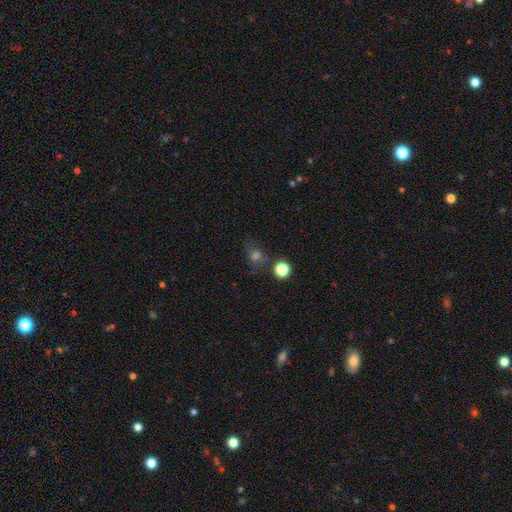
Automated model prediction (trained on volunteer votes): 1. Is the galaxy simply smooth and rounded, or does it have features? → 58% smooth, 29% star or artifact, 13% featured or disk.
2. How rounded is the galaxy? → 70% round, 28% in between, 2% cigar-shaped.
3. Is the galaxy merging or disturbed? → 66% none, 17% minor disturbance, 9% major disturbance, 8% merger.